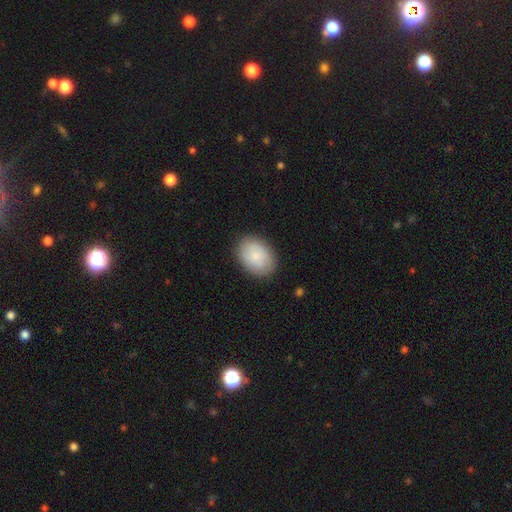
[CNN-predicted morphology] Smooth or featured? smooth (82%)
How rounded? in between (77%)
Merging? none (86%)